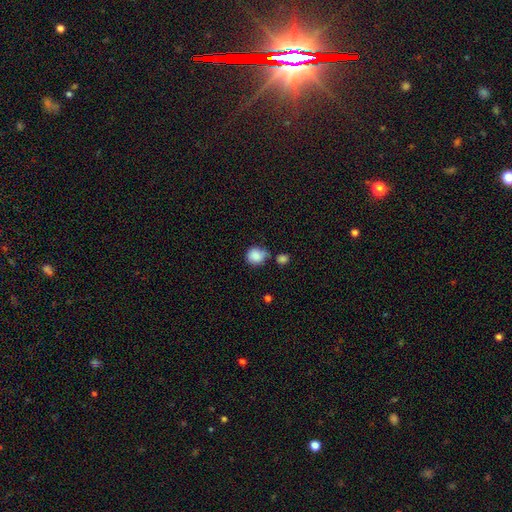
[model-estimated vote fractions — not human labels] Smooth or featured? Predicted: smooth (p=0.85). How rounded? Predicted: round (p=0.81). Merging? Predicted: none (p=0.56).